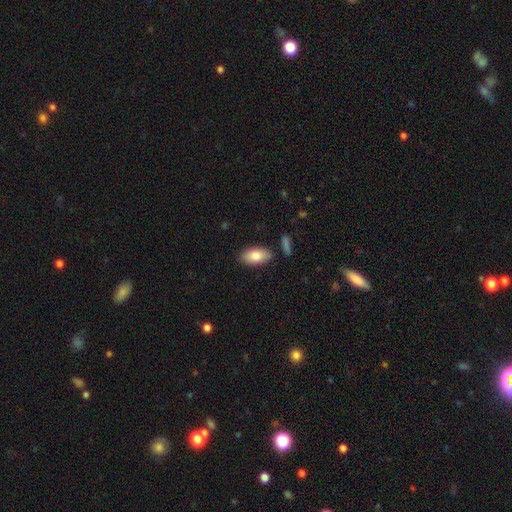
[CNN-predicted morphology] This is clearly a smooth galaxy (82%). How rounded: clearly in between (93%). Merging: clearly none (84%).